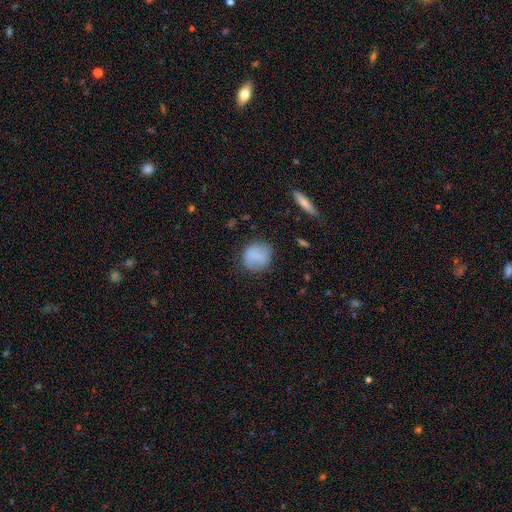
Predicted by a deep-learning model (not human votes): A smooth galaxy with no disk features (78%) that is round (81%).

Vote fractions:
- Smooth or featured? smooth: 78% / featured or disk: 14% / star or artifact: 8%
- How rounded? round: 81% / in between: 17% / cigar-shaped: 1%
- Merging? none: 79% / minor disturbance: 14% / major disturbance: 5% / merger: 2%